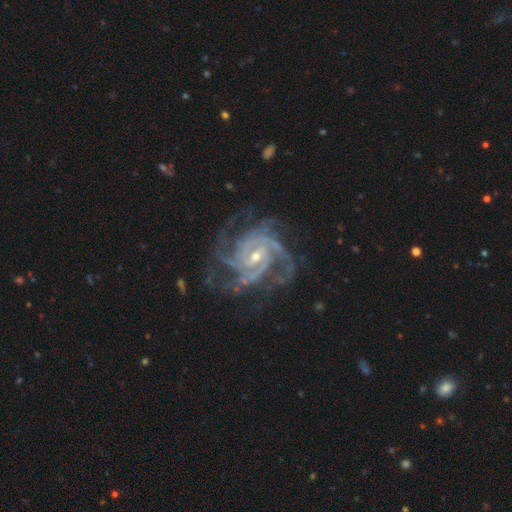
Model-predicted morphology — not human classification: Smooth or featured? featured or disk (93%)
Edge-on disk? no (98%)
Bar? weak (43%)
Spiral arms? yes (99%)
Spiral winding? tight (55%)
Spiral arm count? 4 (32%)
Bulge size? small (61%)
Merging? none (71%)